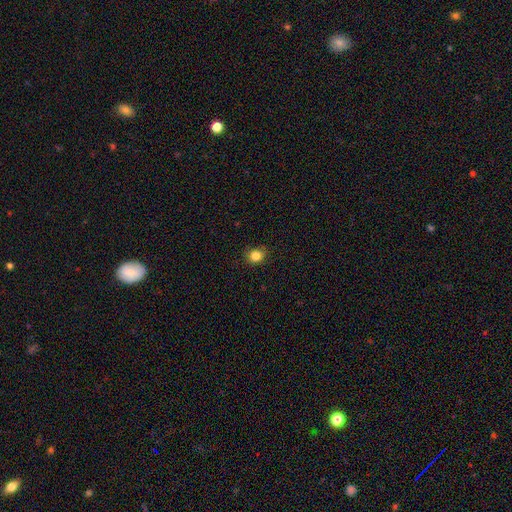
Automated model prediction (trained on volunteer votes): This is clearly a smooth galaxy (84%). How rounded: likely round (75%). Merging: clearly none (85%).